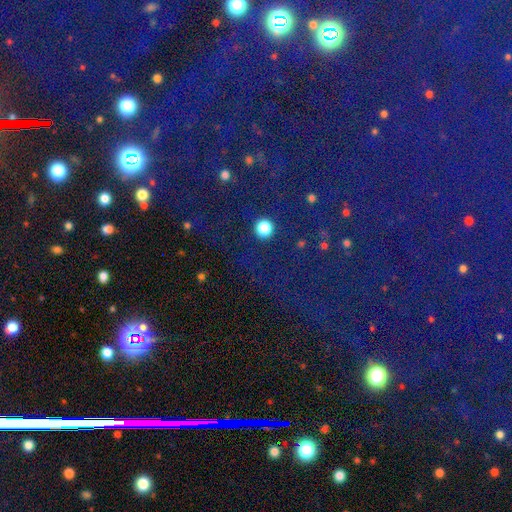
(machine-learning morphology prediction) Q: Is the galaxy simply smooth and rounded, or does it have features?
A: star or artifact — 81%.